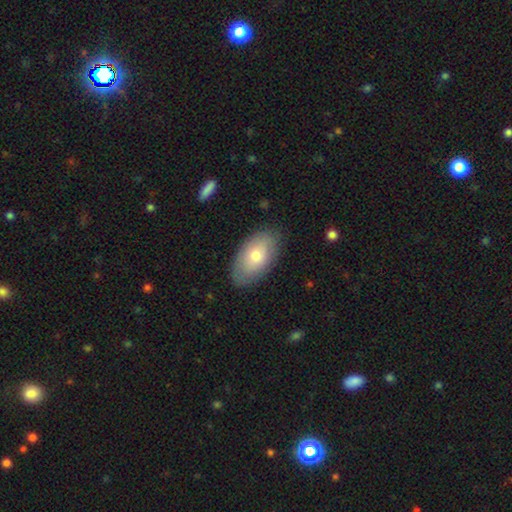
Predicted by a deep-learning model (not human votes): Morphology: type=smooth (71%); roundness=in between (94%); merging=none (83%).